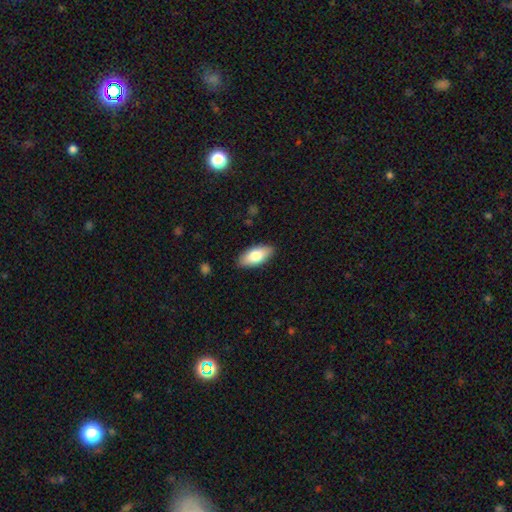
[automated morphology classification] Smooth or featured? smooth (79%)
How rounded? in between (90%)
Merging? none (87%)